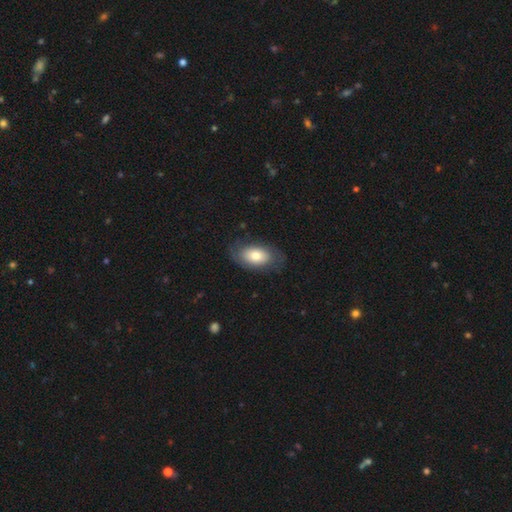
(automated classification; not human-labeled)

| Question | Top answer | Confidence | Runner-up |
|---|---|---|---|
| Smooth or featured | smooth | 64% | featured or disk (30%) |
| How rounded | in between | 90% | round (8%) |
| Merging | none | 72% | minor disturbance (18%) |